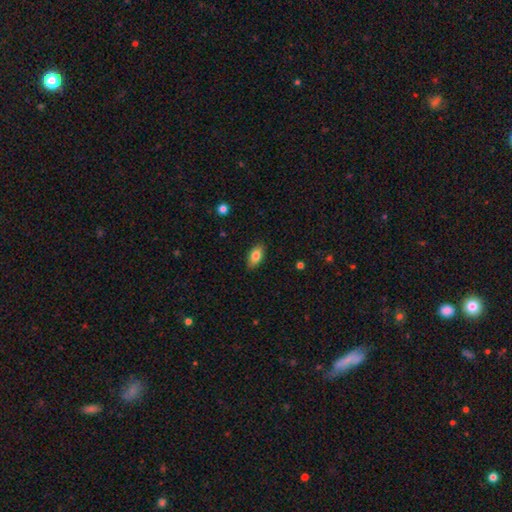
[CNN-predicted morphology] This appears to be a smooth galaxy with no disk features (81%) that is in between round and cigar-shaped (89%). Merging: none (87%).